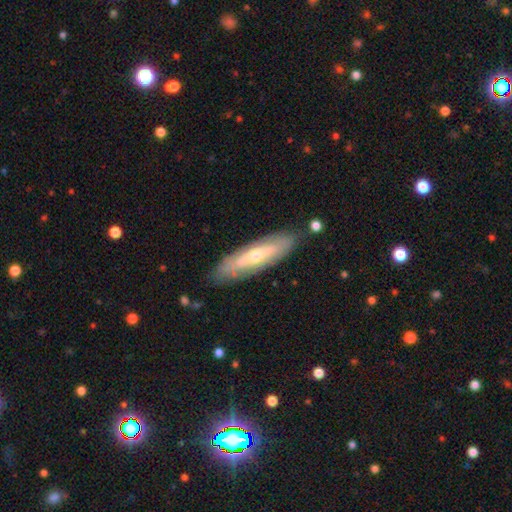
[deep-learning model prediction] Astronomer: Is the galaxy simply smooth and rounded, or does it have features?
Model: featured or disk — 60%.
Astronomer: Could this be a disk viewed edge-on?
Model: no — 58% (runner-up: yes, 42%).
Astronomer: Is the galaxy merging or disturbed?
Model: none — 82%.